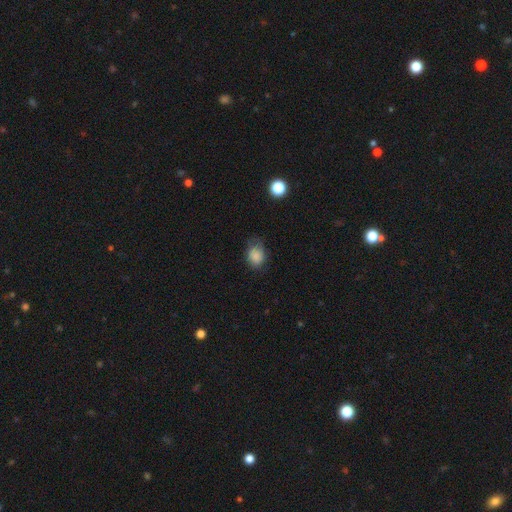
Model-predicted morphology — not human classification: Q: Smooth or featured?
A: smooth (85%); runner-up: star or artifact (9%)
Q: How rounded?
A: in between (55%); runner-up: round (44%)
Q: Merging?
A: none (60%); runner-up: minor disturbance (29%)